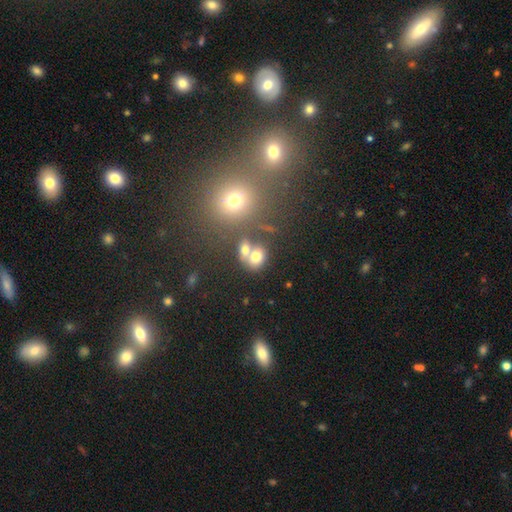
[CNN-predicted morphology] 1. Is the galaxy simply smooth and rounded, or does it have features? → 70% smooth, 15% star or artifact, 15% featured or disk.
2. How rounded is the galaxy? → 57% round, 42% in between, 1% cigar-shaped.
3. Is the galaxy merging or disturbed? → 47% merger, 38% none, 9% minor disturbance, 5% major disturbance.